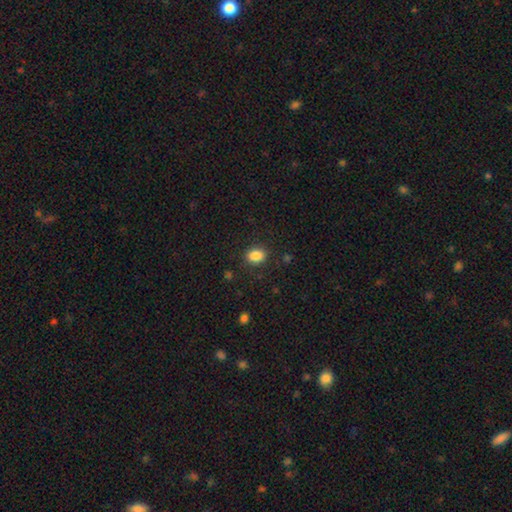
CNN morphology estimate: Smooth or featured: smooth — 86% (star or artifact — 10%)
How rounded: in between — 64% (round — 35%)
Merging: none — 86% (minor disturbance — 9%)